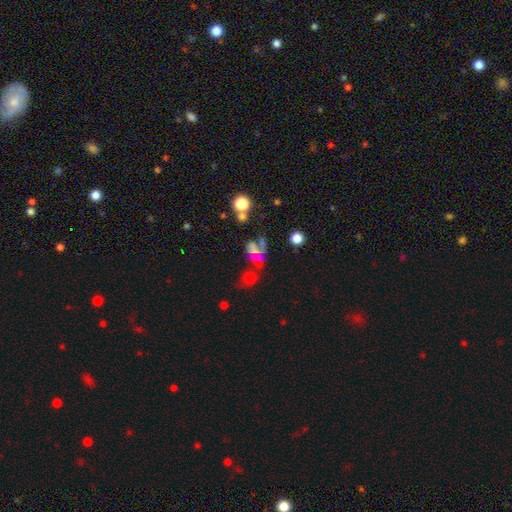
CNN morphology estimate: type=star or artifact (34%).